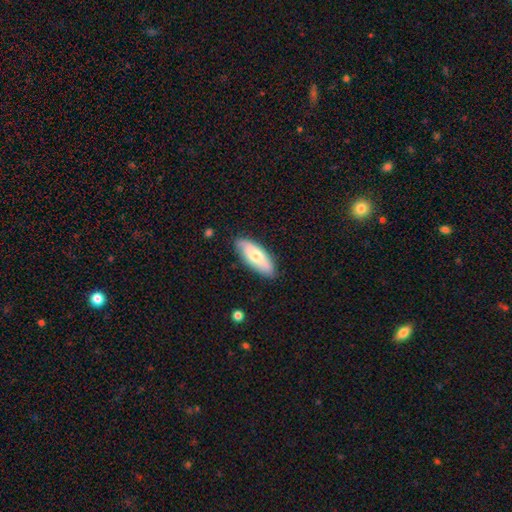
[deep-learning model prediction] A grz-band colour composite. It shows a smooth galaxy with no disk features (65%) that is in between round and cigar-shaped (77%). Merging: none (83%).